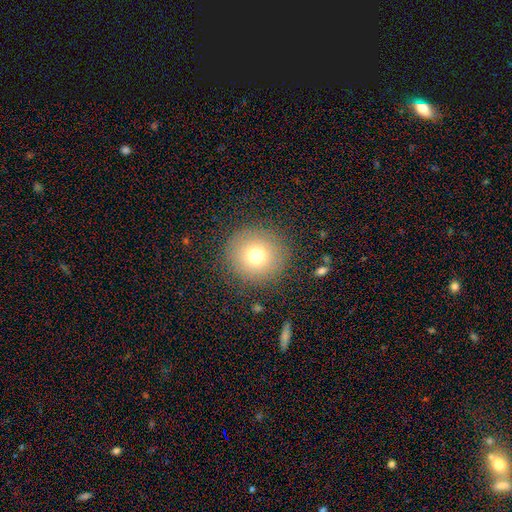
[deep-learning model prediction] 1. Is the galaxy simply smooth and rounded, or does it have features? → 74% smooth, 13% star or artifact, 13% featured or disk.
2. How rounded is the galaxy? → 95% round, 5% in between, 1% cigar-shaped.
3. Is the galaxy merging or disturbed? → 88% none, 7% minor disturbance, 3% major disturbance, 1% merger.